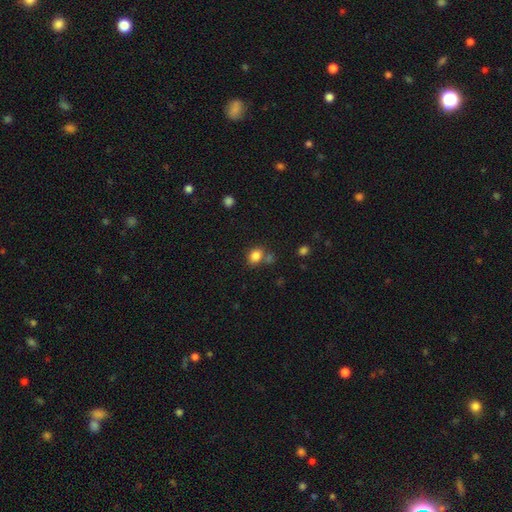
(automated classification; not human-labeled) Smooth or featured? smooth (83%)
How rounded? in between (51%)
Merging? none (63%)